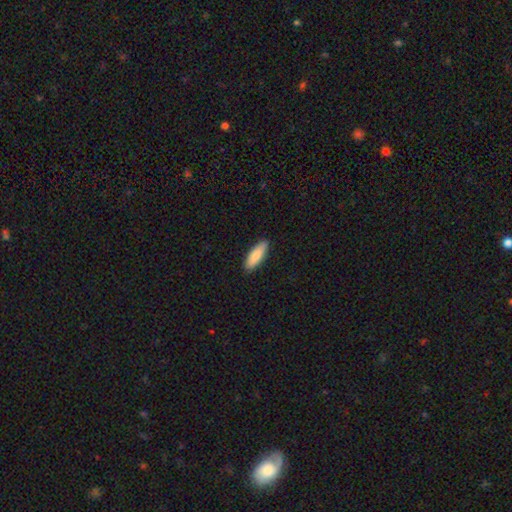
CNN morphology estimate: A smooth galaxy with no disk features (84%) that is in between round and cigar-shaped (52%). Merging: none (89%).